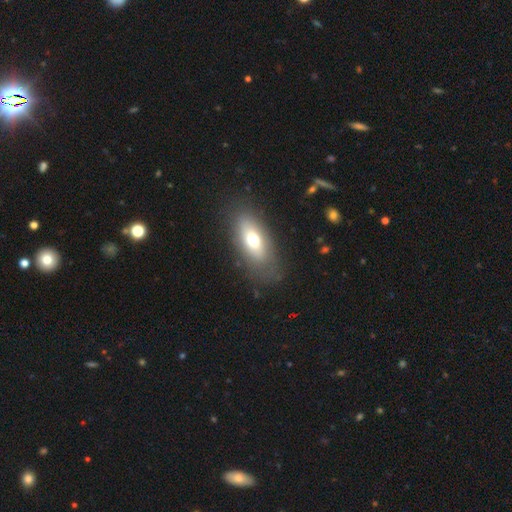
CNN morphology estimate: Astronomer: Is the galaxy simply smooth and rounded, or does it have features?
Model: smooth — 54% (runner-up: featured or disk, 31%).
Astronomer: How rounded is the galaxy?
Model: in between — 81%.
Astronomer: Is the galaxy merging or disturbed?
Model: none — 83%.